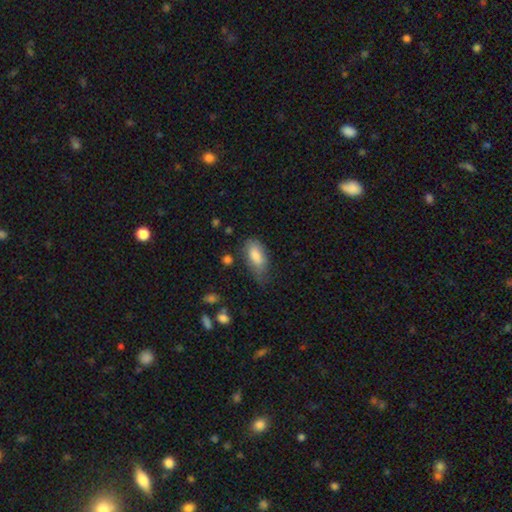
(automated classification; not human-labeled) Overall: smooth (79%). How rounded: in between (88%). Merging: none (54%; minor disturbance 33%).